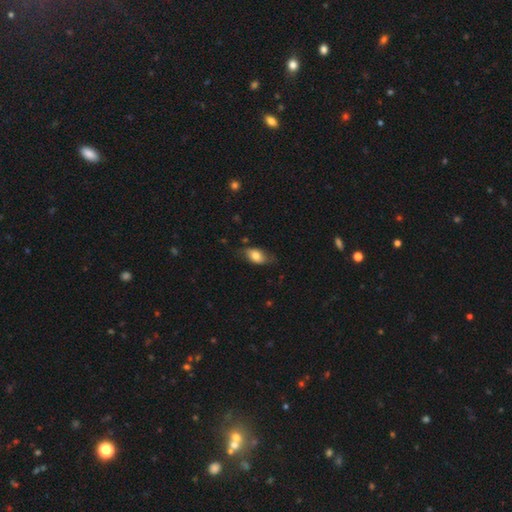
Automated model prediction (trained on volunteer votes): smooth 75%, featured or disk 18%, star or artifact 7%. Down the decision tree: how rounded — in between (88%); merging — none (64%).